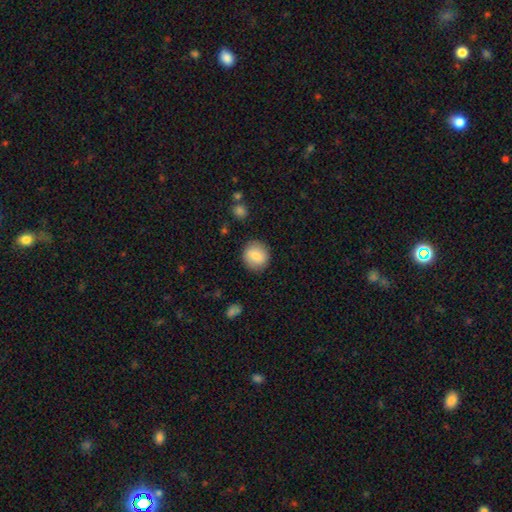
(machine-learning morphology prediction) This appears to be a smooth galaxy with no disk features (80%) that is round (86%). Merging: none (87%).